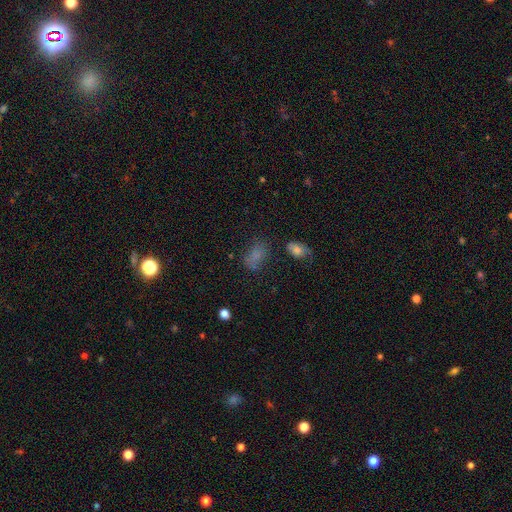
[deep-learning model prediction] This appears to be a smooth galaxy with no disk features (68%) that is in between round and cigar-shaped (84%). Merging: none (50%).